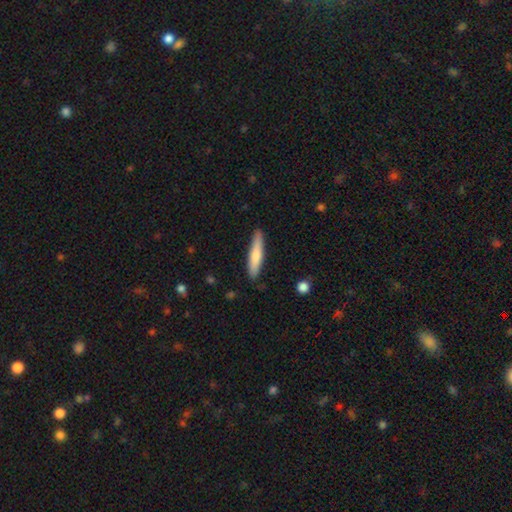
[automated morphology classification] A smooth galaxy with no disk features (71%) that is cigar-shaped (86%).

Vote fractions:
- Smooth or featured? smooth: 71% / featured or disk: 24% / star or artifact: 5%
- How rounded? cigar-shaped: 86% / in between: 12% / round: 1%
- Merging? none: 88% / minor disturbance: 9% / major disturbance: 2% / merger: 1%